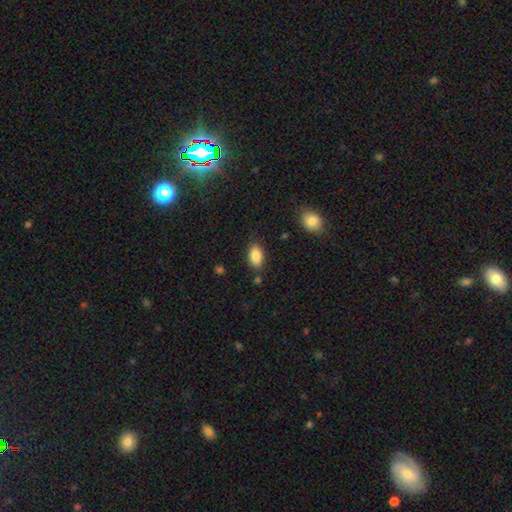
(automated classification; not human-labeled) Morphology: type=smooth (87%); roundness=in between (92%); merging=none (82%).